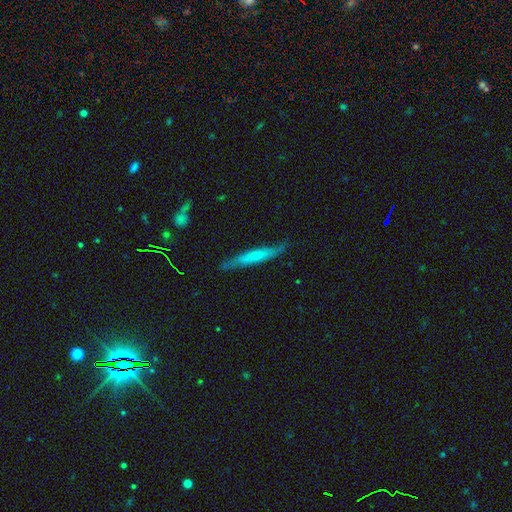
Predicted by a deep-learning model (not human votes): Overall: featured or disk (50%; smooth 44%). Edge-on disk: yes (83%). Merging: none (77%).